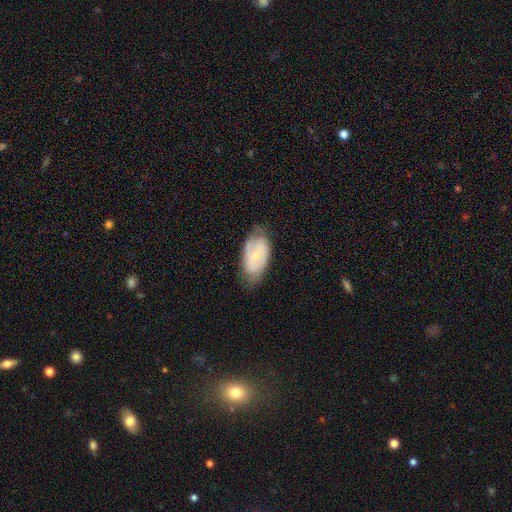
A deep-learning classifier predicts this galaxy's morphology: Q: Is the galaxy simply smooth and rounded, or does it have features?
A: featured or disk — 53%.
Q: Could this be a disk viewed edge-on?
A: no — 94%.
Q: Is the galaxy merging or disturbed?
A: none — 63%.